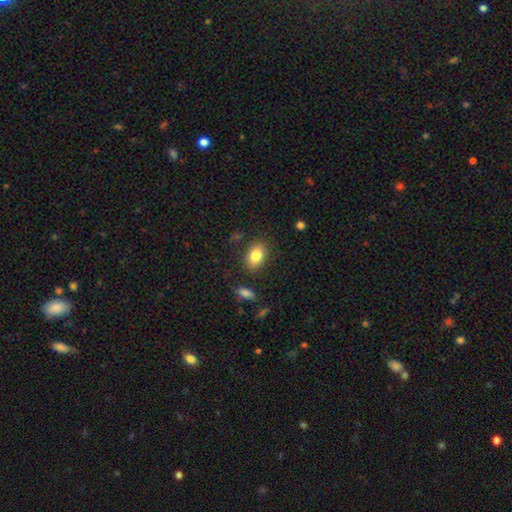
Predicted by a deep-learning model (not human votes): smooth-or-featured: smooth: 83% | featured or disk: 9% | star or artifact: 8%
  how-rounded: in between: 84% | round: 14% | cigar-shaped: 2%
  merging: none: 83% | minor disturbance: 11% | major disturbance: 3% | merger: 2%